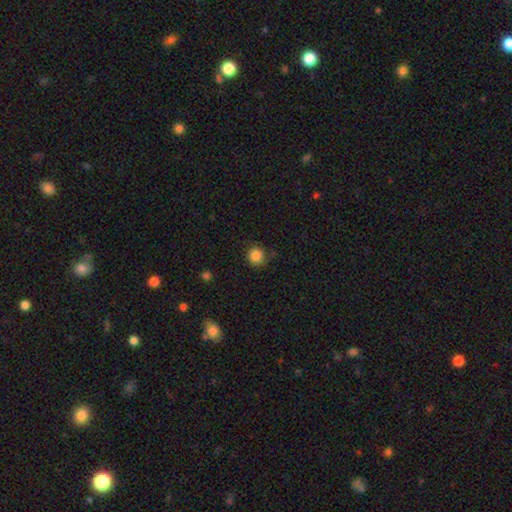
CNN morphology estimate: Smooth or featured? Predicted: smooth (p=0.86). How rounded? Predicted: round (p=0.92). Merging? Predicted: none (p=0.83).